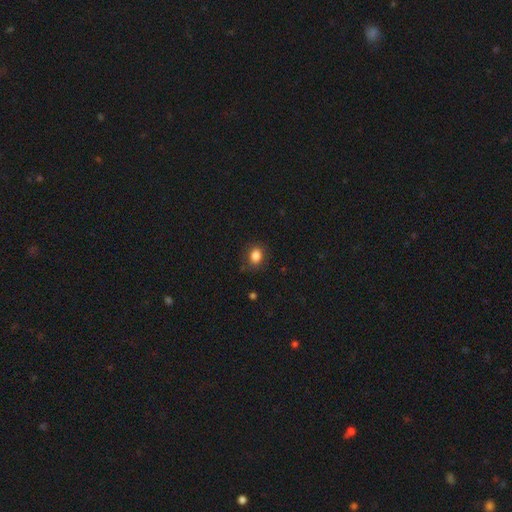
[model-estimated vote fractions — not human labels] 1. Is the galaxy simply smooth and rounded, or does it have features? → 85% smooth, 10% star or artifact, 5% featured or disk.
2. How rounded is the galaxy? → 62% in between, 37% round, 1% cigar-shaped.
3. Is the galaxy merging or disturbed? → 83% none, 12% minor disturbance, 3% major disturbance, 1% merger.